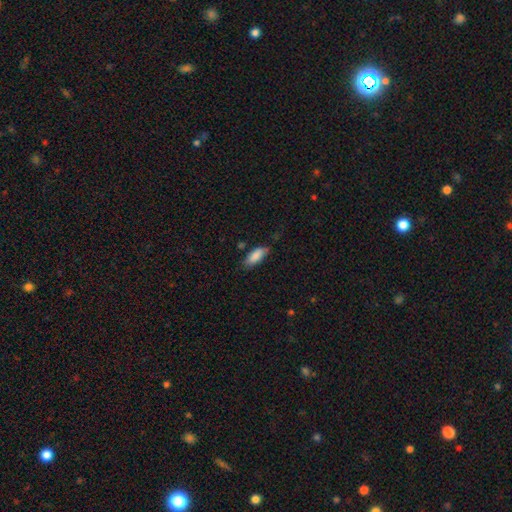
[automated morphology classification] Smooth or featured?
  - smooth: 86% *
  - featured or disk: 7%
  - star or artifact: 6%
How rounded?
  - in between: 81% *
  - cigar-shaped: 17%
  - round: 2%
Merging?
  - none: 68% *
  - minor disturbance: 25%
  - major disturbance: 5%
  - merger: 3%